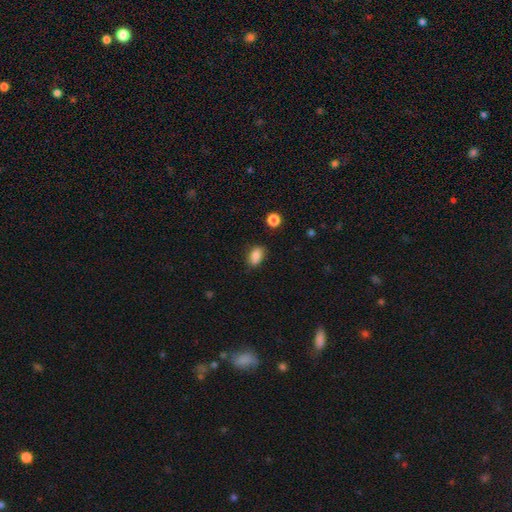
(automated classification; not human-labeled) Smooth or featured: smooth — 84% (star or artifact — 9%)
How rounded: in between — 85% (round — 13%)
Merging: none — 75% (minor disturbance — 19%)